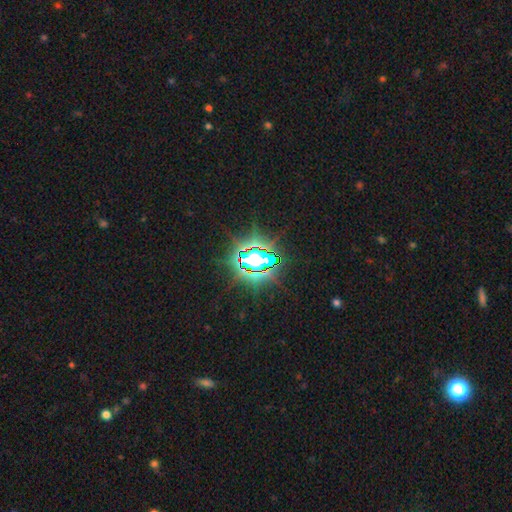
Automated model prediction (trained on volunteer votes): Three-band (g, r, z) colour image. It shows a star or artifact, not a galaxy (81%).